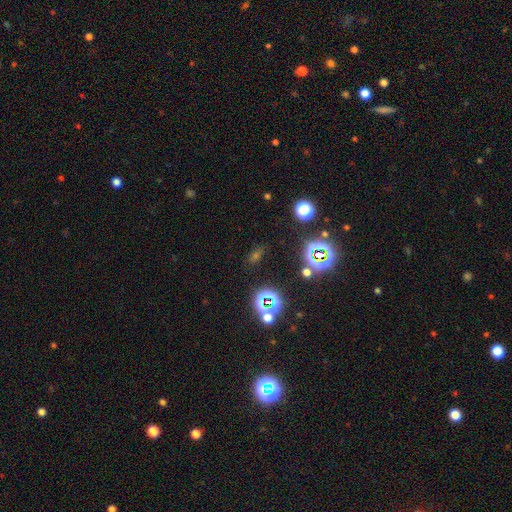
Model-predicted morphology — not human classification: Q: Smooth or featured?
A: star or artifact (54%); runner-up: smooth (35%)